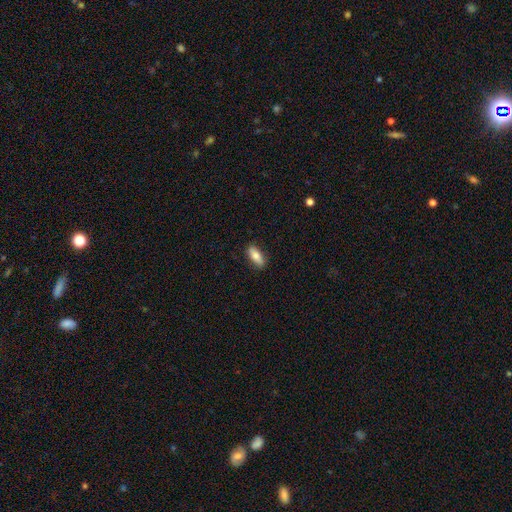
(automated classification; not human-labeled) Smooth or featured? smooth (80%)
How rounded? in between (75%)
Merging? none (86%)